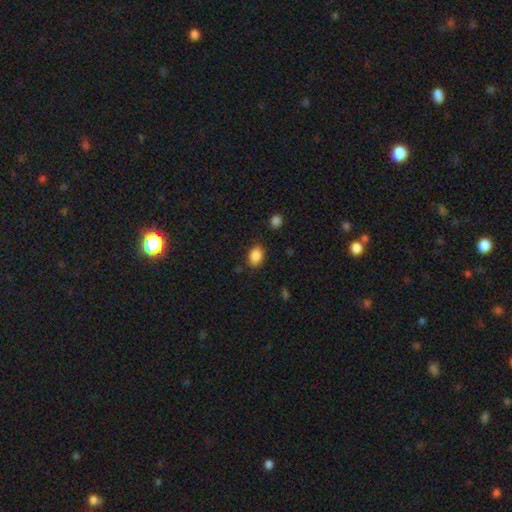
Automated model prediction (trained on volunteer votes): Morphology: type=smooth (87%); roundness=in between (77%); merging=none (80%).